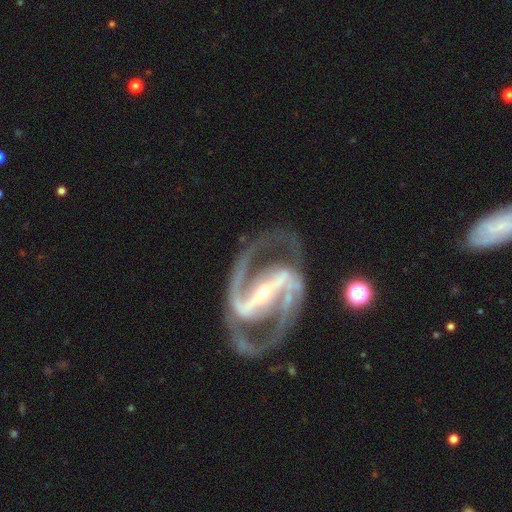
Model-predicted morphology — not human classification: smooth-or-featured: featured or disk: 93% | star or artifact: 4% | smooth: 2%
  disk-edge-on: no: 97% | yes: 3%
    bar: strong: 83% | weak: 12% | no: 5%
    has-spiral-arms: yes: 97% | no: 3%
      spiral-winding: medium: 60% | tight: 24% | loose: 16%
      spiral-arm-count: 2: 92% | 3: 2% | can't tell: 2% | 1: 1% | 4: 1% | more than 4: 1%
    bulge-size: small: 77% | moderate: 18% | large: 2% | none: 1% | dominant: 1%
  merging: none: 70% | minor disturbance: 14% | major disturbance: 12% | merger: 4%